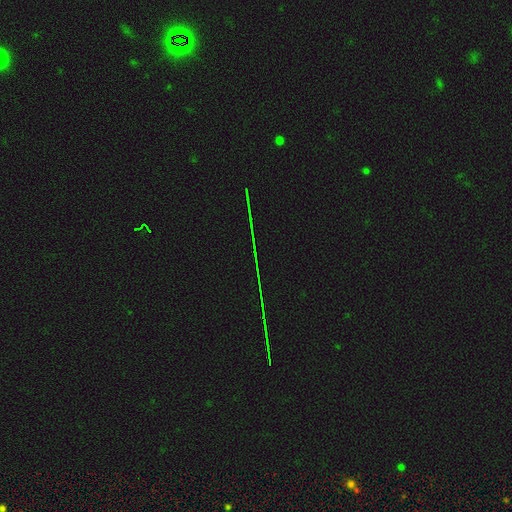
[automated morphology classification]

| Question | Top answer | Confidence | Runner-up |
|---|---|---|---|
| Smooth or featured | star or artifact | 82% | smooth (9%) |